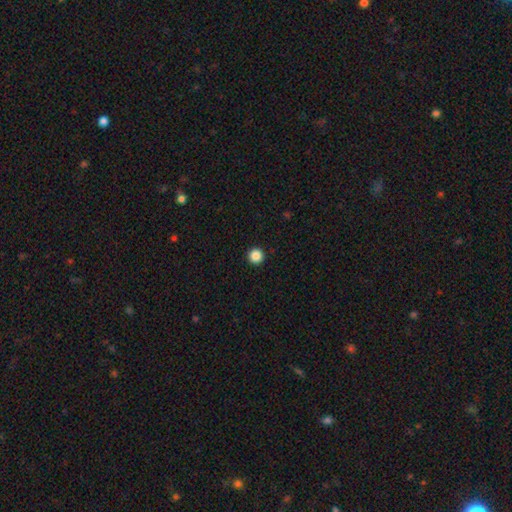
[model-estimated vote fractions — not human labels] The model was most divided on "smooth or featured": smooth: 87%, star or artifact: 11%, featured or disk: 3%. More confident: how rounded — round (97%); merging — none (94%).